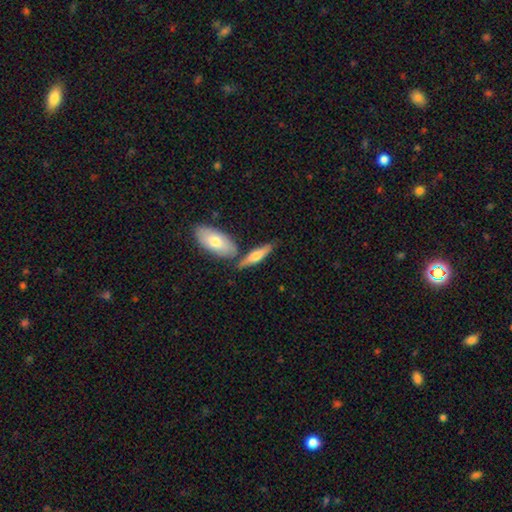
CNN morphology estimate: smooth_or_featured: smooth (p=0.56) [alt: featured or disk p=0.39]
how_rounded: cigar-shaped (p=0.58) [alt: in between p=0.39]
merging: none (p=0.64) [alt: merger p=0.20]